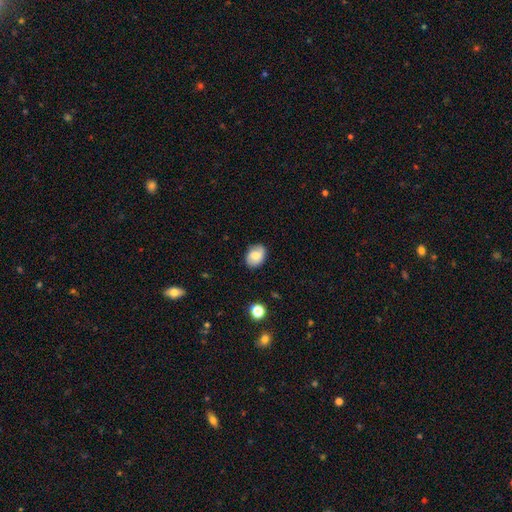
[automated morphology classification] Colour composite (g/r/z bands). It shows a smooth galaxy with no disk features (75%) that is in between round and cigar-shaped (66%). Merging: none (81%).